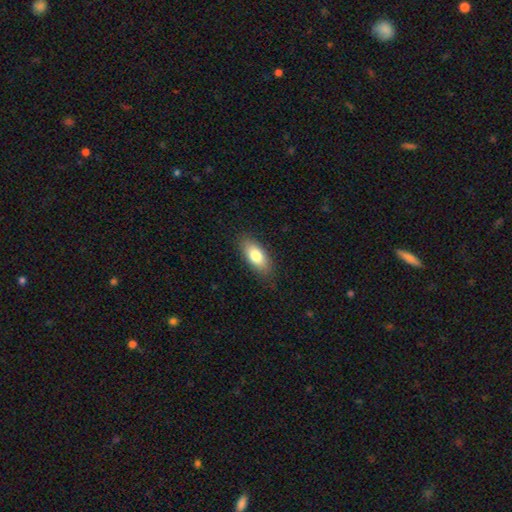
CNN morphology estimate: Smooth or featured?
  - smooth: 80% *
  - featured or disk: 14%
  - star or artifact: 7%
How rounded?
  - in between: 85% *
  - cigar-shaped: 12%
  - round: 3%
Merging?
  - none: 84% *
  - minor disturbance: 12%
  - major disturbance: 3%
  - merger: 1%